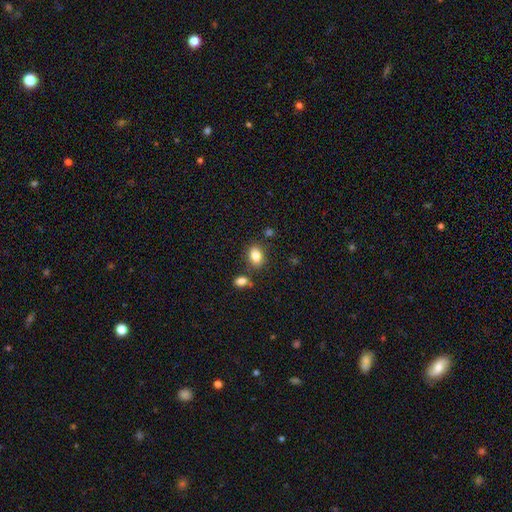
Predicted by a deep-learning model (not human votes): smooth_or_featured: smooth (p=0.84) [alt: star or artifact p=0.09]
how_rounded: in between (p=0.76) [alt: round p=0.23]
merging: none (p=0.77) [alt: minor disturbance p=0.11]